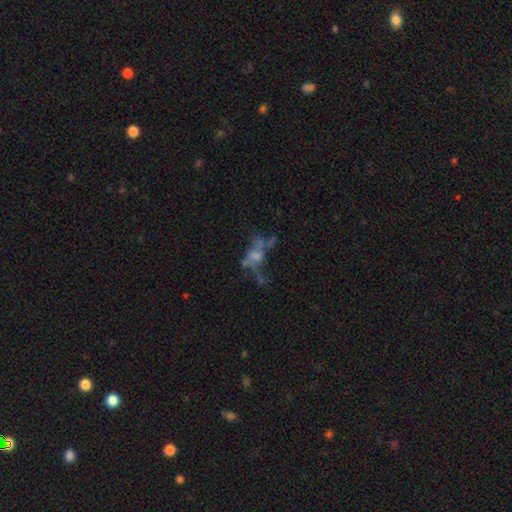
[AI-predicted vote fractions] The model was most divided on "merging": major disturbance: 35%, none: 30%, merger: 22%, minor disturbance: 13%. More confident: edge-on disk — no (89%); smooth or featured — featured or disk (54%).